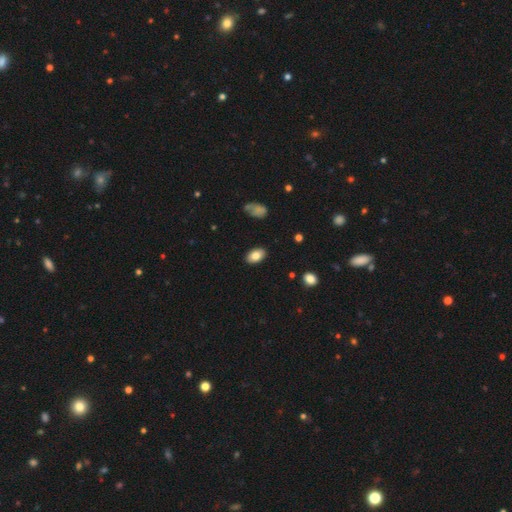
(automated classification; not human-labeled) Smooth or featured: smooth — 82% (featured or disk — 10%)
How rounded: in between — 90% (round — 8%)
Merging: none — 88% (minor disturbance — 9%)